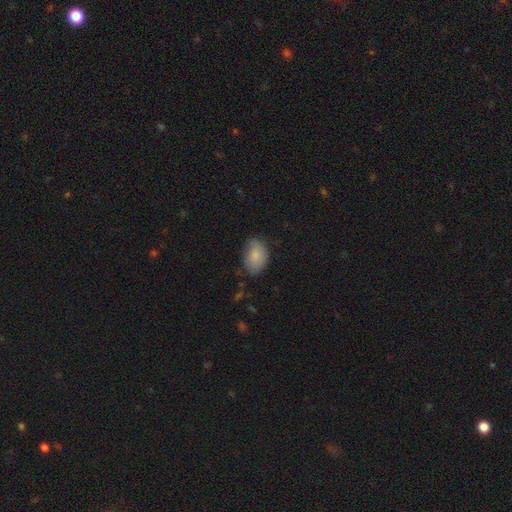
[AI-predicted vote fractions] Smooth or featured: smooth — 83% (featured or disk — 10%)
How rounded: in between — 88% (round — 11%)
Merging: none — 71% (minor disturbance — 23%)